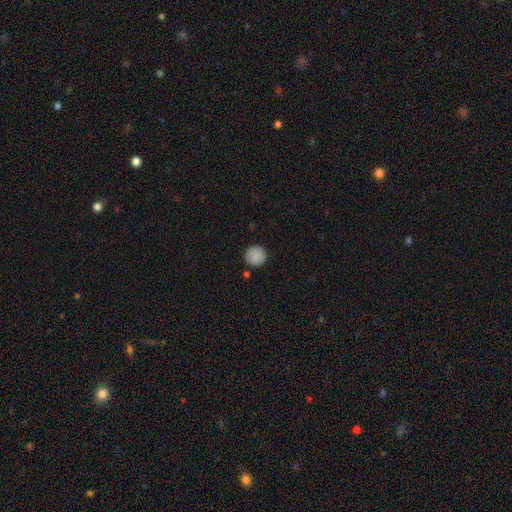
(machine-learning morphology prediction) Smooth or featured?
  - smooth: 88% *
  - star or artifact: 8%
  - featured or disk: 4%
How rounded?
  - round: 94% *
  - in between: 5%
  - cigar-shaped: 1%
Merging?
  - none: 86% *
  - minor disturbance: 8%
  - merger: 3%
  - major disturbance: 2%